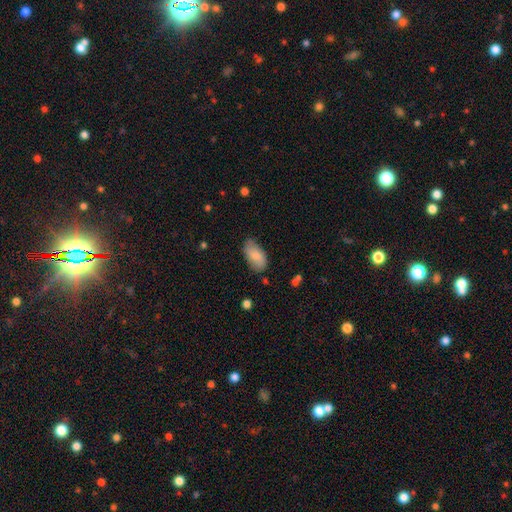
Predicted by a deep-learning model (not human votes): smooth 82%, featured or disk 12%, star or artifact 6%. Down the decision tree: how rounded — in between (94%); merging — none (73%).